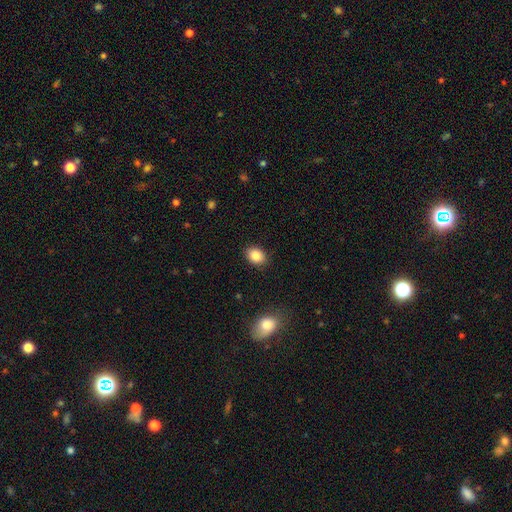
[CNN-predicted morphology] type=smooth (86%); roundness=in between (63%); merging=none (88%).